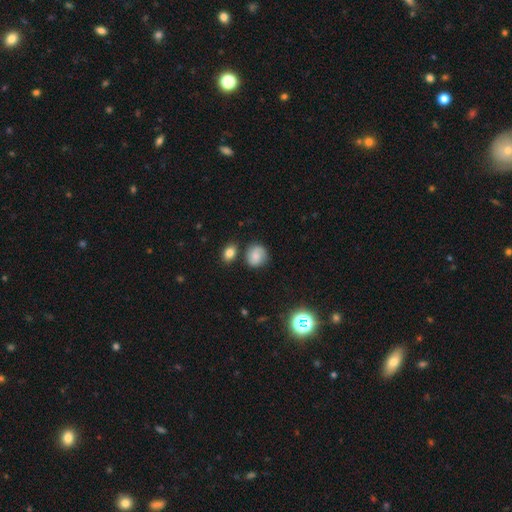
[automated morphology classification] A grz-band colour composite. It shows a smooth galaxy with no disk features (64%) that is round (76%). Merging: none (73%).